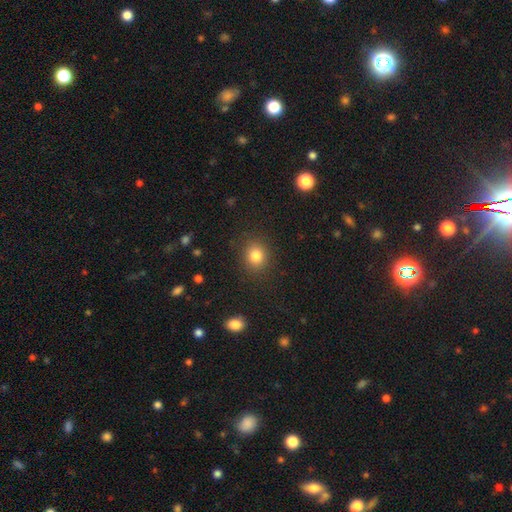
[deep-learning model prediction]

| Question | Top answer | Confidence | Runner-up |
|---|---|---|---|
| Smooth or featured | smooth | 82% | star or artifact (12%) |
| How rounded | round | 74% | in between (25%) |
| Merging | none | 88% | minor disturbance (8%) |